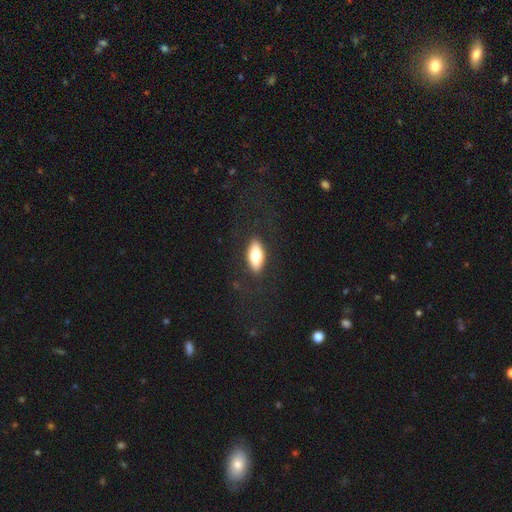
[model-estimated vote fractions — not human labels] This appears to be a smooth galaxy with no disk features (77%) that is in between round and cigar-shaped (81%). Merging: none (85%).